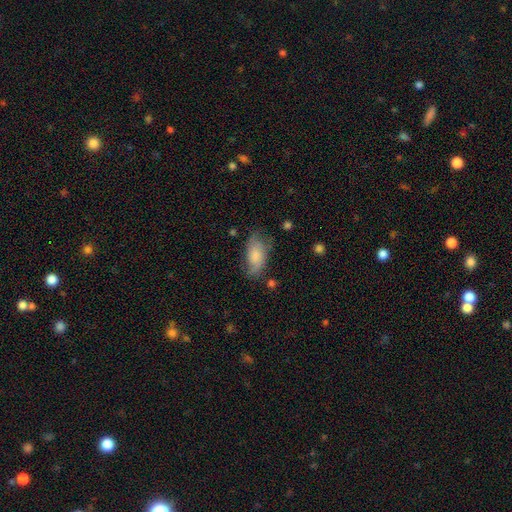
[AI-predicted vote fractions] A smooth galaxy with no disk features (59%) that is in between round and cigar-shaped (91%). Merging: none (57%).